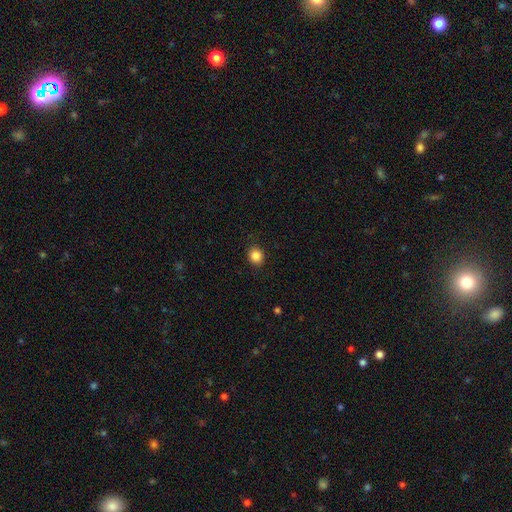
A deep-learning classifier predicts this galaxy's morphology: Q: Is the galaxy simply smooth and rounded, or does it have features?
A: smooth — 86%.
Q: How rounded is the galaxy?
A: round — 80%.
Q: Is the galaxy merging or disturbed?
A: none — 90%.